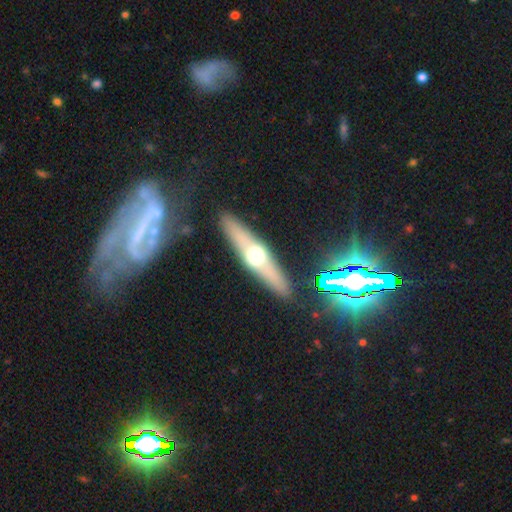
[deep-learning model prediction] Morphology: type=featured or disk (55%); edge-on=yes (89%); merging=none (89%).